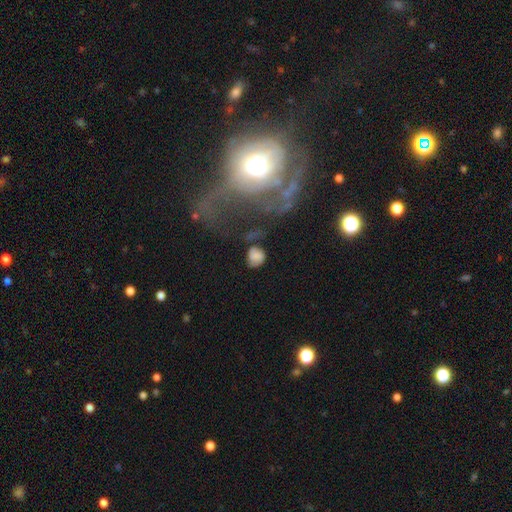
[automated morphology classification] Smooth or featured? smooth (72%)
How rounded? round (59%)
Merging? none (51%)